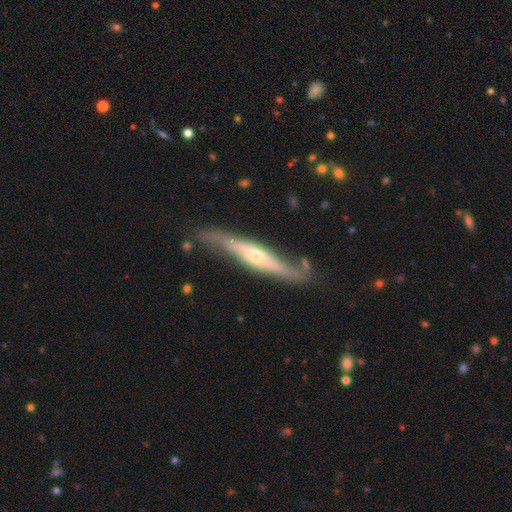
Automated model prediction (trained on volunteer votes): Q: Smooth or featured?
A: featured or disk (73%); runner-up: smooth (21%)
Q: Edge-on disk?
A: yes (75%); runner-up: no (25%)
Q: Edge-on bulge?
A: rounded (81%); runner-up: none (13%)
Q: Merging?
A: none (70%); runner-up: minor disturbance (20%)